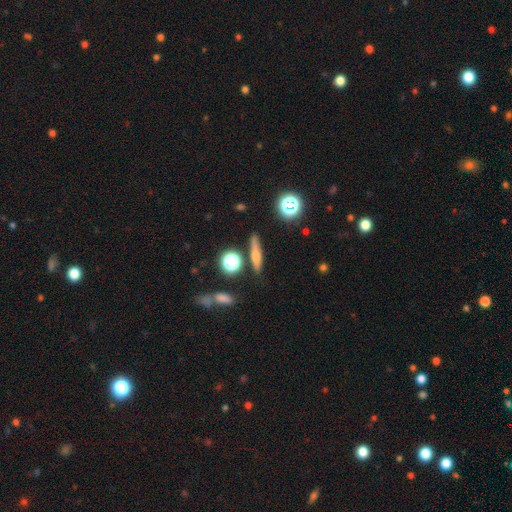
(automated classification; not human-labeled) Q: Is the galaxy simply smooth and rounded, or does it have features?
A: smooth — 49%.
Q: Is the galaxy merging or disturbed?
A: none — 81%.